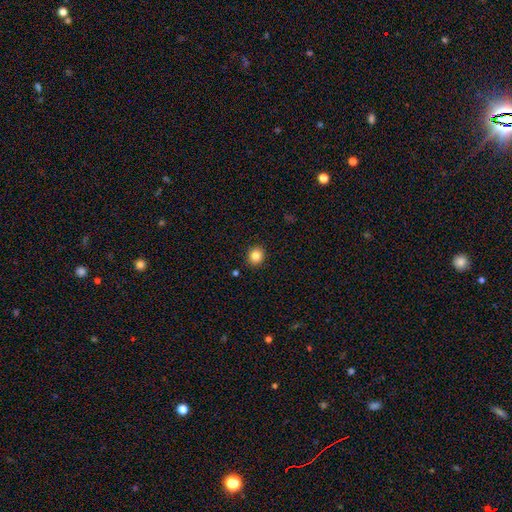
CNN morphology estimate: Overall: smooth (83%). How rounded: round (84%). Merging: none (91%).